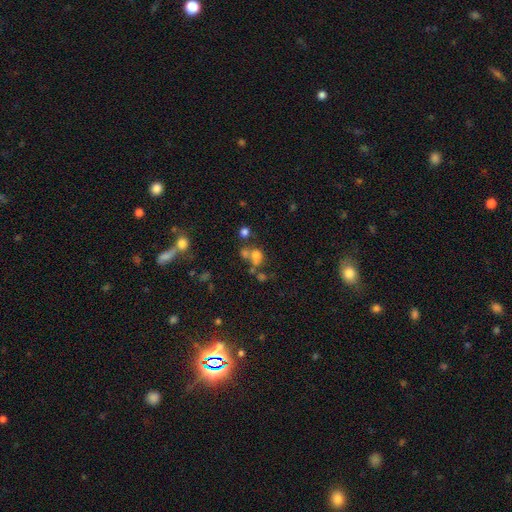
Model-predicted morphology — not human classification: Overall: smooth (66%). How rounded: round (62%; in between 37%). Merging: none (40%, tied with merger).